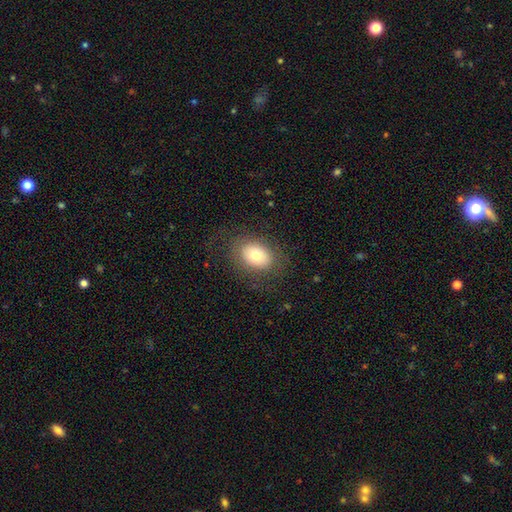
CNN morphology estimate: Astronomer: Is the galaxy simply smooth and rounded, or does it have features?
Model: smooth — 74%.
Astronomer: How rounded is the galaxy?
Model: in between — 72%.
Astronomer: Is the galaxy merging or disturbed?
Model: none — 80%.